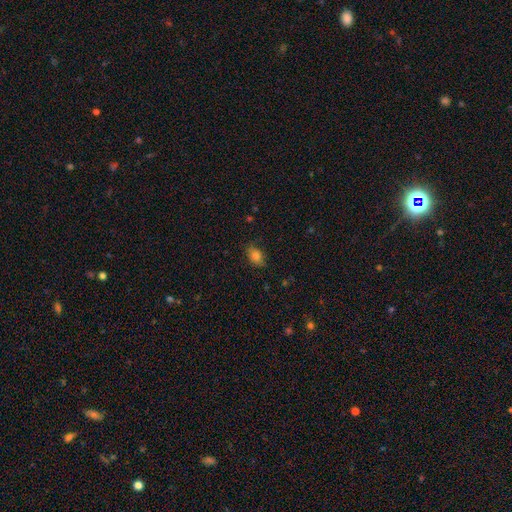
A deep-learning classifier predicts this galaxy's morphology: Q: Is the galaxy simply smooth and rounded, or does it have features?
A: smooth — 82%.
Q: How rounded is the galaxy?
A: in between — 79%.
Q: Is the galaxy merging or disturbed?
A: none — 79%.